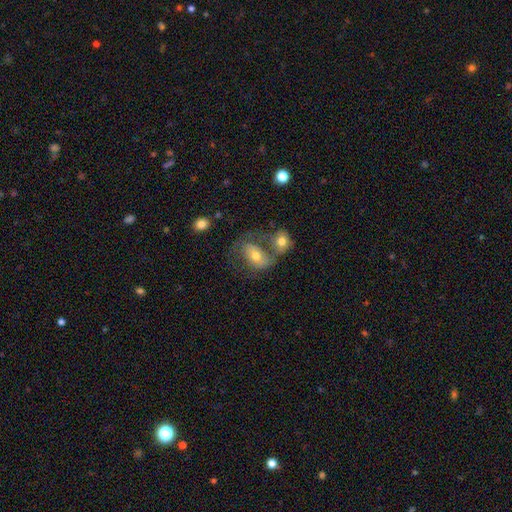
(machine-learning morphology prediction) A smooth galaxy with no disk features (46%).

Vote fractions:
- Smooth or featured? smooth: 46% / featured or disk: 45% / star or artifact: 9%
- Merging? merger: 48% / none: 28% / minor disturbance: 12% / major disturbance: 12%